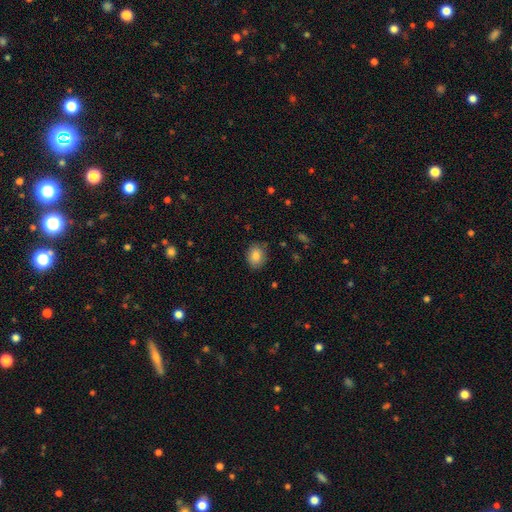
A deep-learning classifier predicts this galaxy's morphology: This is clearly a smooth galaxy (85%). How rounded: possibly round (51%). Merging: clearly none (84%).